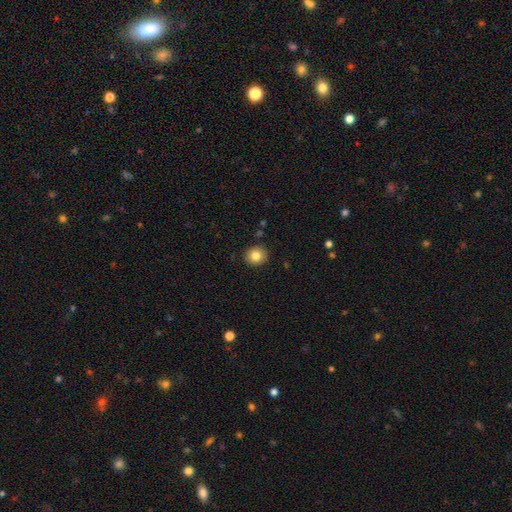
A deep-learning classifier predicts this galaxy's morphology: A smooth galaxy with no disk features (83%) that is round (84%). Merging: none (91%).